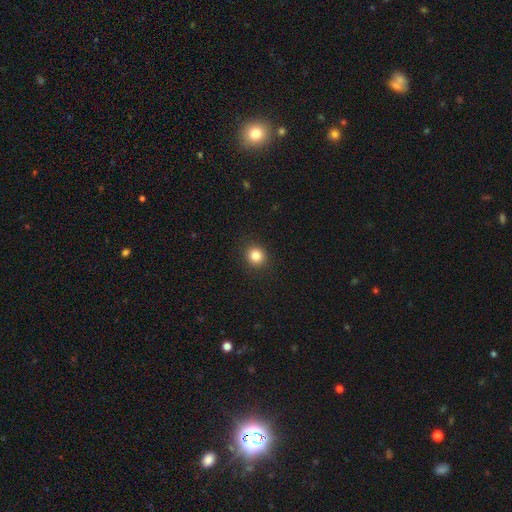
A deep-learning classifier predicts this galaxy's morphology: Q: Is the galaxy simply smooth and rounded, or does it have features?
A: smooth — 84%.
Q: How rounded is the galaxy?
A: round — 89%.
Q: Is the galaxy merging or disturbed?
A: none — 92%.